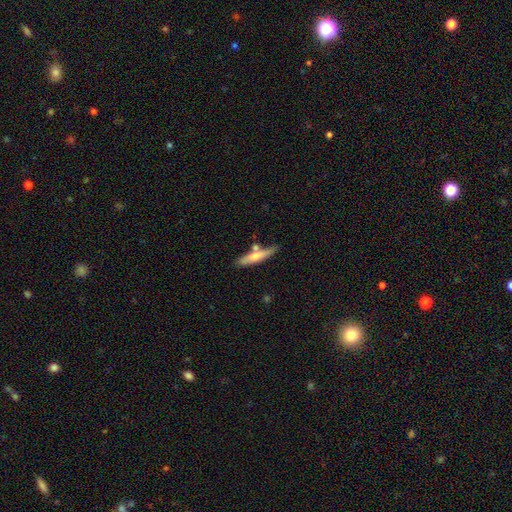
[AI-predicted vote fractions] smooth-or-featured: smooth: 59% | featured or disk: 36% | star or artifact: 6%
  how-rounded: cigar-shaped: 83% | in between: 15% | round: 2%
  merging: none: 64% | minor disturbance: 18% | merger: 14% | major disturbance: 4%